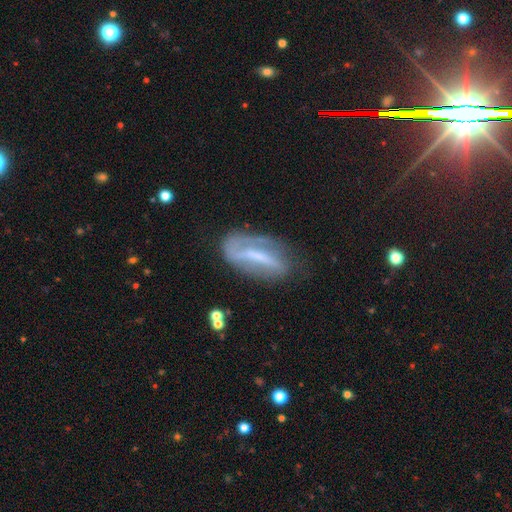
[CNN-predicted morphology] Smooth or featured?
  - featured or disk: 63% *
  - smooth: 29%
  - star or artifact: 8%
Edge-on disk?
  - no: 82% *
  - yes: 18%
Bar?
  - strong: 57% *
  - weak: 25%
  - no: 17%
Spiral arms?
  - yes: 58% *
  - no: 42%
Bulge size?
  - small: 36% *
  - none: 32%
  - moderate: 25%
  - large: 5%
  - dominant: 2%
Merging?
  - none: 51% *
  - minor disturbance: 26%
  - major disturbance: 19%
  - merger: 4%